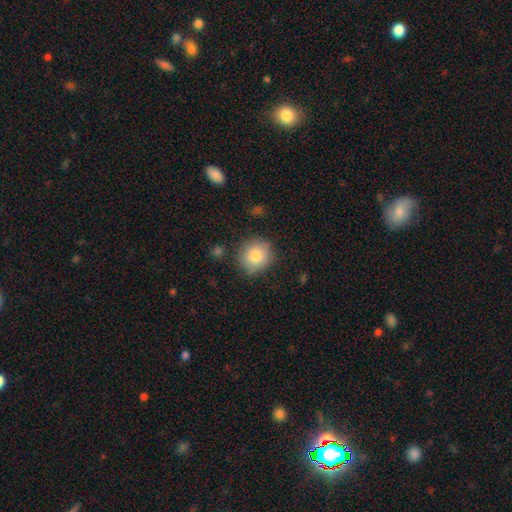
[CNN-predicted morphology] Smooth or featured?
  - smooth: 82% *
  - featured or disk: 10%
  - star or artifact: 9%
How rounded?
  - round: 87% *
  - in between: 12%
  - cigar-shaped: 1%
Merging?
  - none: 82% *
  - minor disturbance: 12%
  - major disturbance: 3%
  - merger: 2%